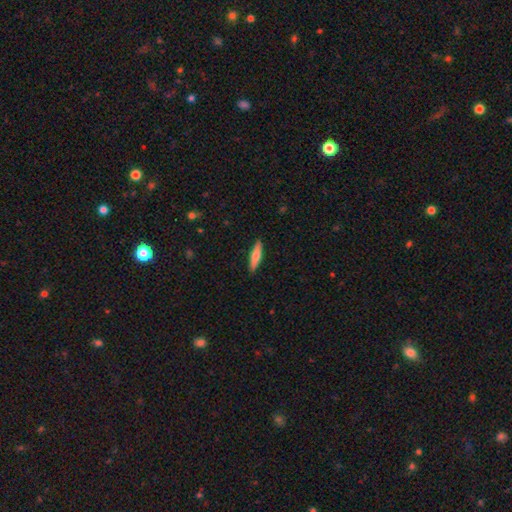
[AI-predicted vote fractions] Morphology: type=smooth (68%); roundness=cigar-shaped (80%); merging=none (90%).